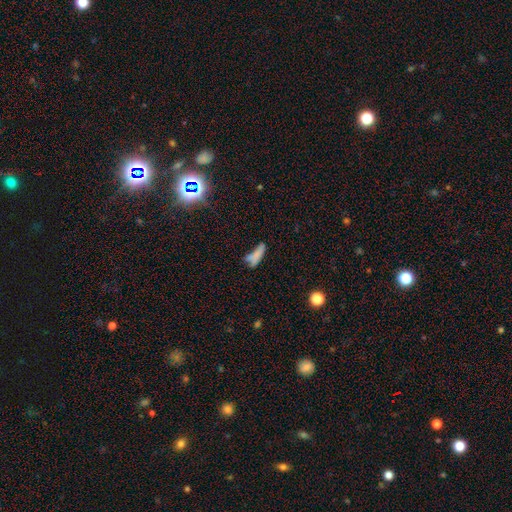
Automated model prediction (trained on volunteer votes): smooth-or-featured: smooth: 68% | featured or disk: 18% | star or artifact: 14%
  how-rounded: cigar-shaped: 54% | in between: 42% | round: 4%
  merging: none: 37% | minor disturbance: 24% | merger: 20% | major disturbance: 19%